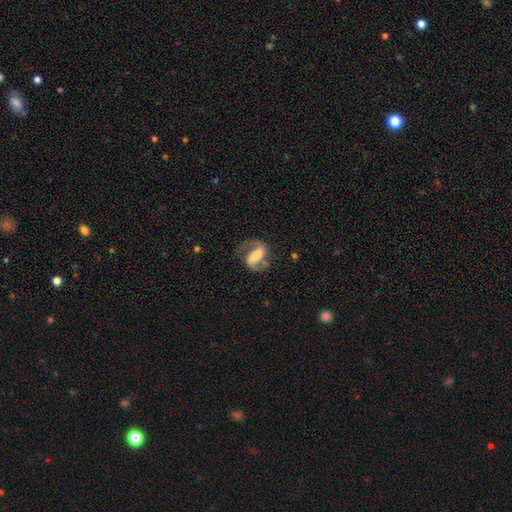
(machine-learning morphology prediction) smooth_or_featured: featured or disk (p=0.80) [alt: smooth p=0.14]
disk_edge_on: no (p=0.96) [alt: yes p=0.04]
bar: strong (p=0.56) [alt: weak p=0.29]
has_spiral_arms: yes (p=0.94) [alt: no p=0.06]
spiral_winding: medium (p=0.52) [alt: loose p=0.31]
spiral_arm_count: 2 (p=0.89) [alt: 1 p=0.05]
bulge_size: moderate (p=0.32) [alt: small p=0.27]
merging: none (p=0.68) [alt: minor disturbance p=0.16]